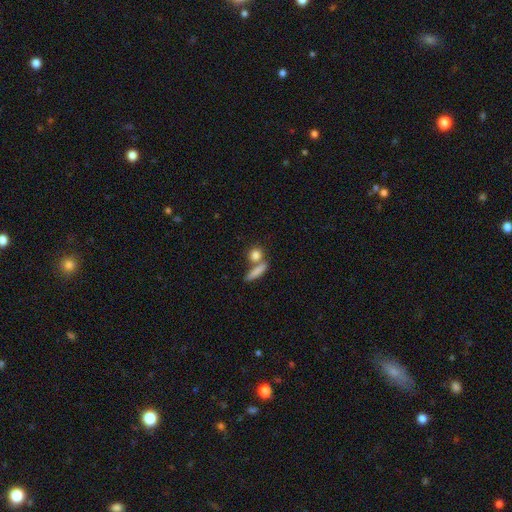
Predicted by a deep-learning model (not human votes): The model was most divided on "merging": none: 59%, merger: 28%, minor disturbance: 9%, major disturbance: 4%. More confident: smooth or featured — smooth (82%); how rounded — round (62%).